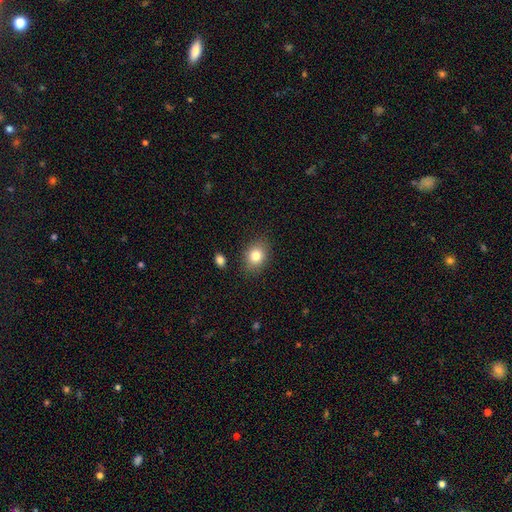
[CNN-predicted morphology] type=smooth (82%); roundness=in between (54%); merging=none (85%).